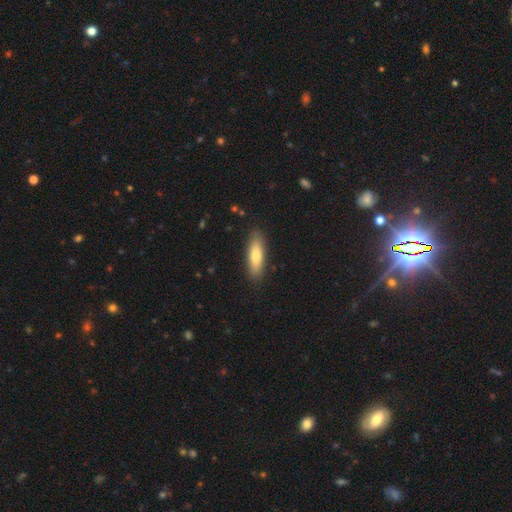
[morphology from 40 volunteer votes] Overall: smooth (70%). How rounded: cigar-shaped (68%; in between 32%). Merging: none (87%).